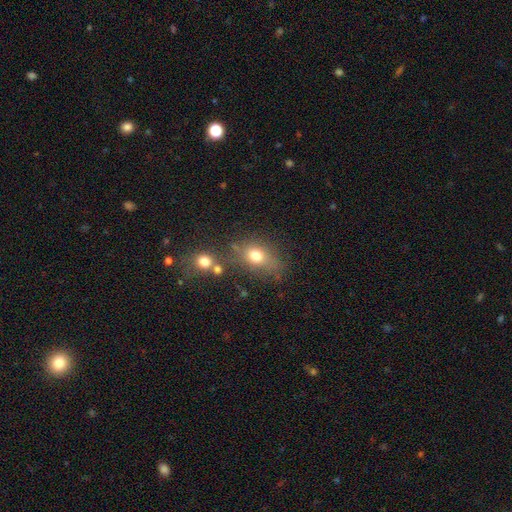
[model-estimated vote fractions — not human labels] smooth 72%, star or artifact 14%, featured or disk 14%. Down the decision tree: how rounded — in between (60%); merging — none (58%).